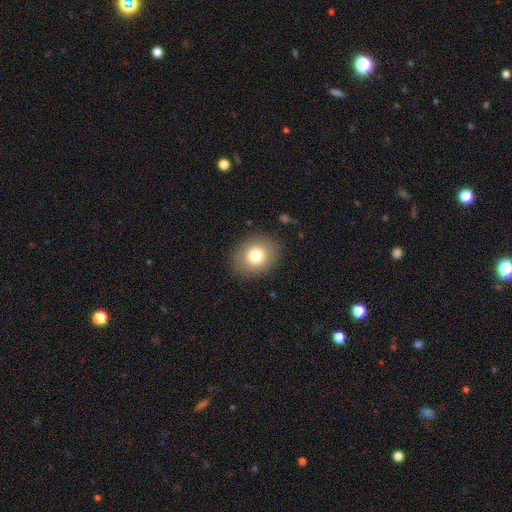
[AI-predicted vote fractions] This appears to be a smooth galaxy with no disk features (77%) that is round (64%). Merging: none (86%).